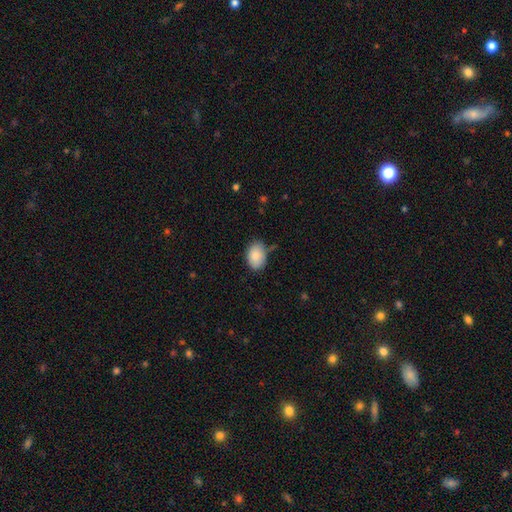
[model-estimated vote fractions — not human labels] smooth_or_featured: smooth (p=0.86) [alt: star or artifact p=0.07]
how_rounded: in between (p=0.83) [alt: round p=0.16]
merging: none (p=0.73) [alt: minor disturbance p=0.20]